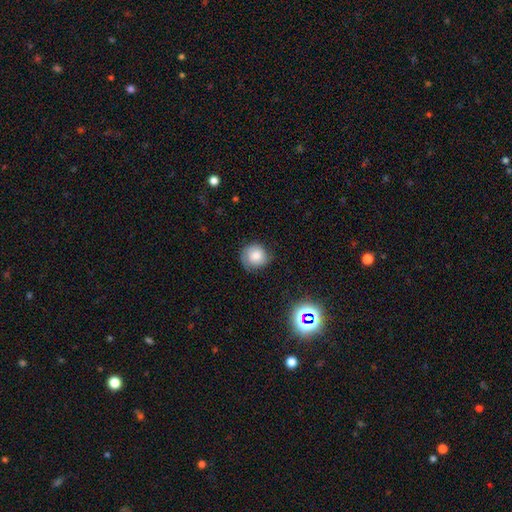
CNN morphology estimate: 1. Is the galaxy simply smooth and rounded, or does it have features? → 74% smooth, 16% featured or disk, 10% star or artifact.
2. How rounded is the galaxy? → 89% round, 10% in between, 1% cigar-shaped.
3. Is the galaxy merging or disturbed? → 72% none, 21% minor disturbance, 6% major disturbance, 1% merger.